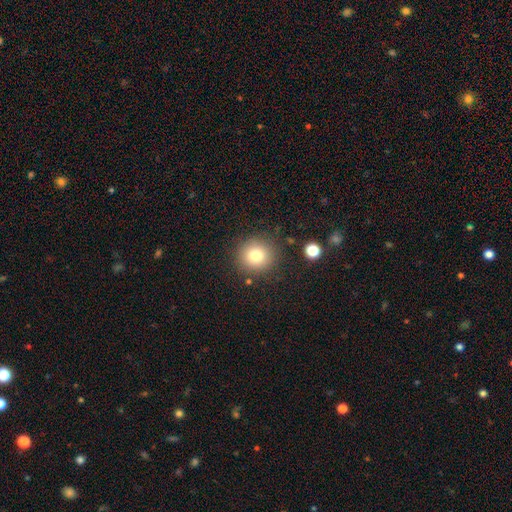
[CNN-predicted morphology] Smooth or featured?
  - smooth: 79% *
  - star or artifact: 12%
  - featured or disk: 9%
How rounded?
  - round: 92% *
  - in between: 7%
  - cigar-shaped: 1%
Merging?
  - none: 86% *
  - minor disturbance: 8%
  - major disturbance: 3%
  - merger: 2%